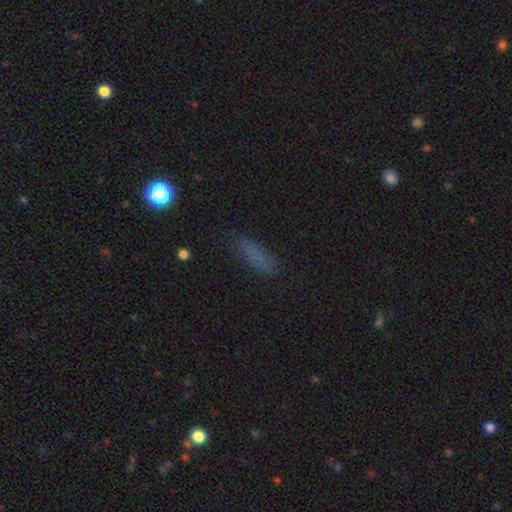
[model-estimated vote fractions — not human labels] smooth-or-featured: smooth: 74% | star or artifact: 16% | featured or disk: 11%
  how-rounded: cigar-shaped: 62% | in between: 34% | round: 3%
  merging: none: 80% | minor disturbance: 14% | major disturbance: 4% | merger: 2%